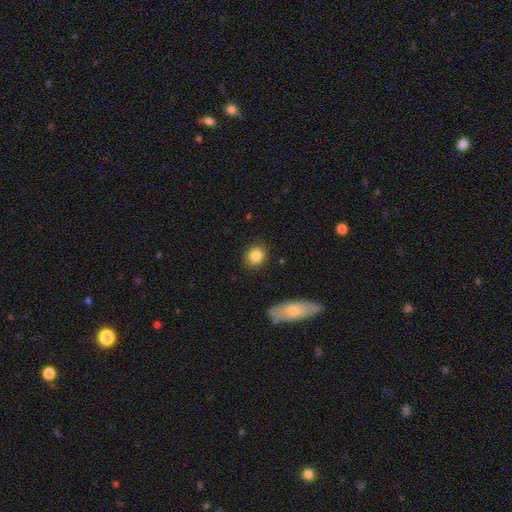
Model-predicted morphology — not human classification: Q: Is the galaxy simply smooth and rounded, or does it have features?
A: smooth — 84%.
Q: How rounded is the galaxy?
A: round — 74%.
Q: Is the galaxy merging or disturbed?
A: none — 88%.